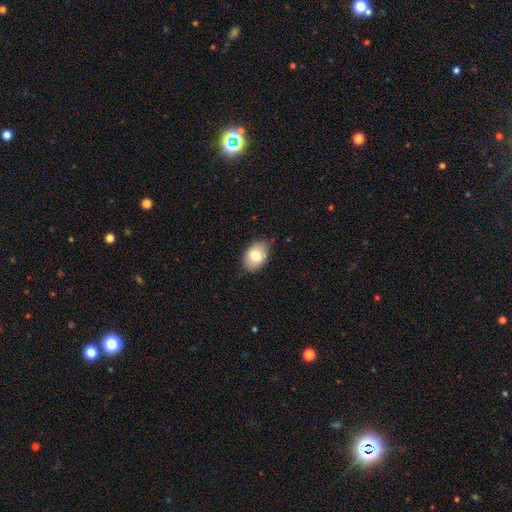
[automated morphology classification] smooth-or-featured: smooth: 78% | featured or disk: 14% | star or artifact: 7%
  how-rounded: in between: 84% | round: 15% | cigar-shaped: 1%
  merging: none: 84% | minor disturbance: 13% | major disturbance: 2% | merger: 1%